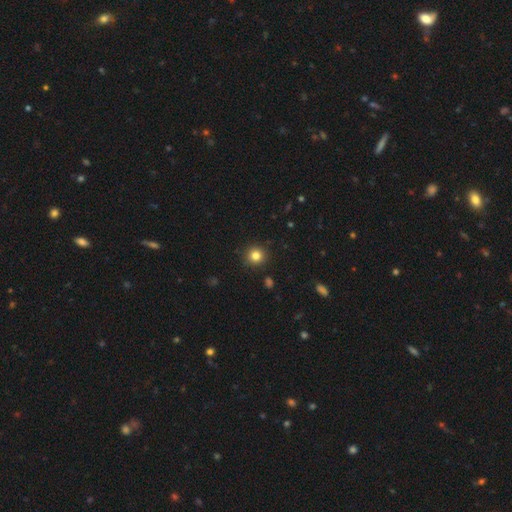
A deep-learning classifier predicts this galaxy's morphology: Overall: smooth (82%). How rounded: round (94%). Merging: none (91%).